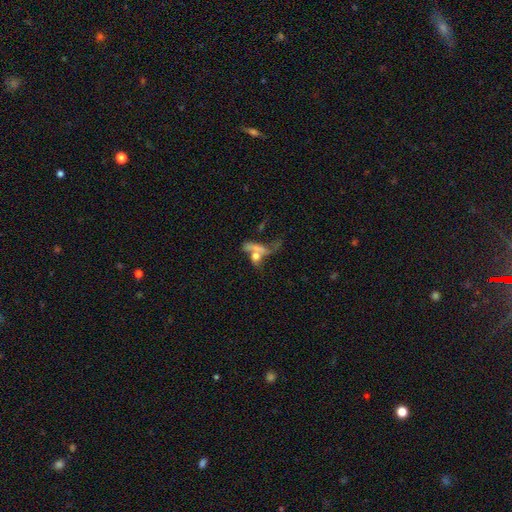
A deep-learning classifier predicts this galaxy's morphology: type=smooth (51%); roundness=in between (55%); merging=merger (56%).